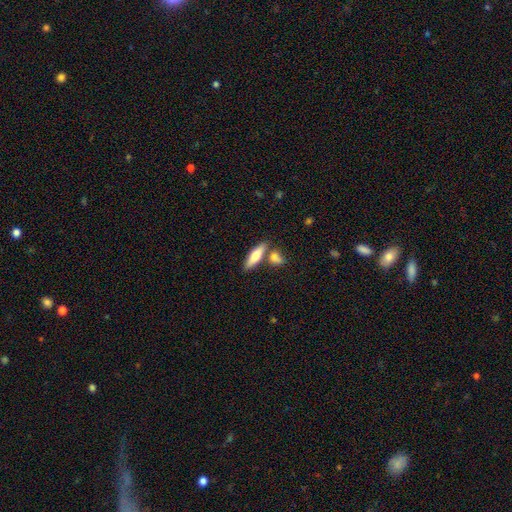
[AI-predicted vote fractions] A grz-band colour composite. It shows a smooth galaxy with no disk features (61%) that is cigar-shaped (60%). Merging: none (68%).